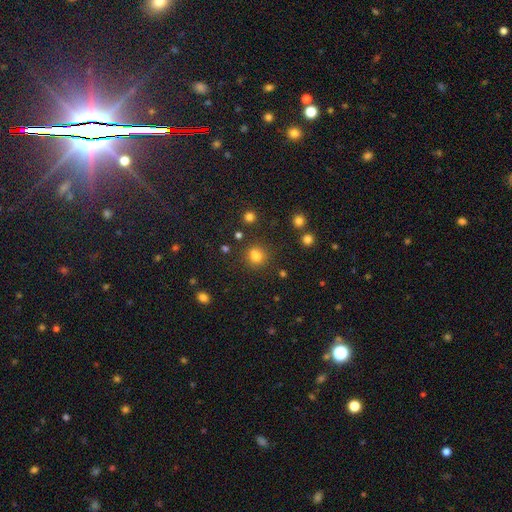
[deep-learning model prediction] smooth_or_featured: smooth (p=0.78) [alt: star or artifact p=0.16]
how_rounded: round (p=0.83) [alt: in between p=0.16]
merging: none (p=0.75) [alt: minor disturbance p=0.11]